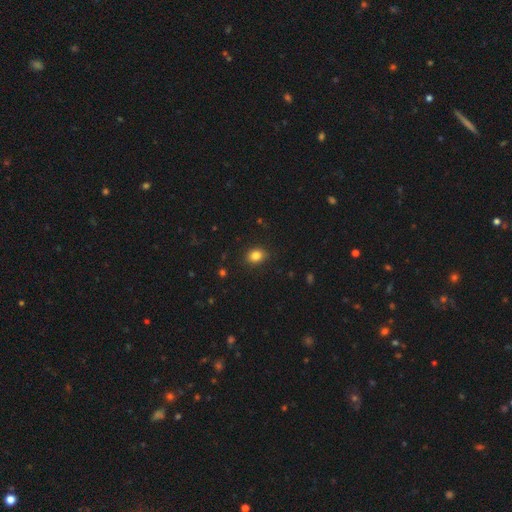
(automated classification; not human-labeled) The model was most divided on "how rounded": round: 54%, in between: 45%, cigar-shaped: 1%. More confident: merging — none (88%); smooth or featured — smooth (83%).